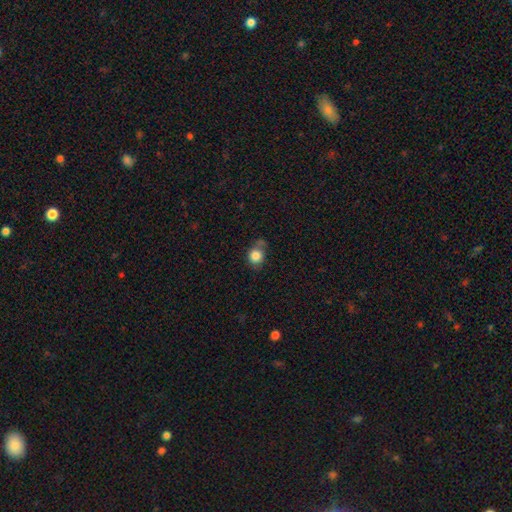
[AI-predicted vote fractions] Smooth or featured?
  - smooth: 83% *
  - star or artifact: 9%
  - featured or disk: 7%
How rounded?
  - round: 74% *
  - in between: 25%
  - cigar-shaped: 1%
Merging?
  - none: 53% *
  - minor disturbance: 27%
  - merger: 10%
  - major disturbance: 10%